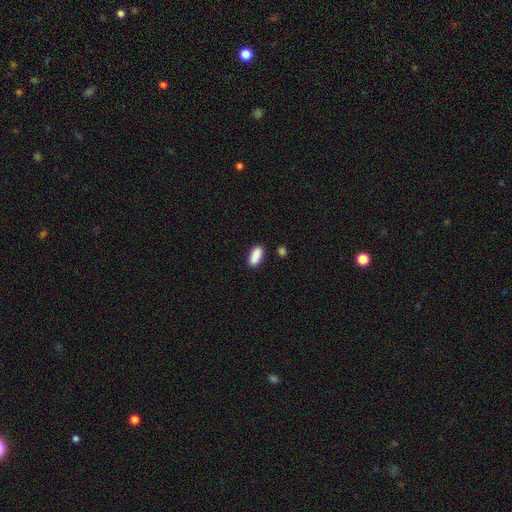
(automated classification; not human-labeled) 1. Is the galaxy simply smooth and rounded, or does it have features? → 89% smooth, 7% star or artifact, 4% featured or disk.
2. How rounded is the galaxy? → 85% in between, 12% cigar-shaped, 3% round.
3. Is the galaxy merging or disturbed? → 81% none, 12% minor disturbance, 5% merger, 3% major disturbance.